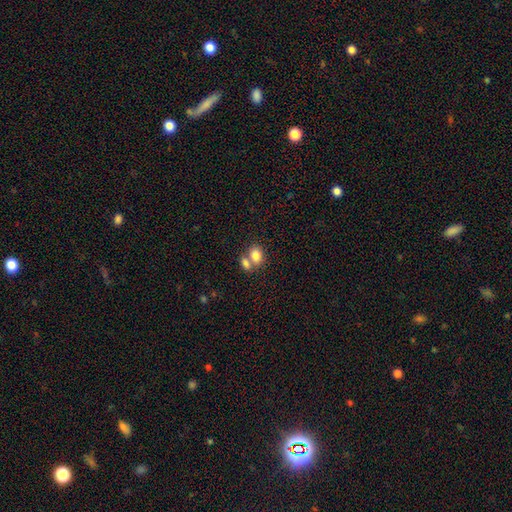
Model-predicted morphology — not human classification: smooth-or-featured: smooth: 81% | featured or disk: 10% | star or artifact: 9%
  how-rounded: in between: 73% | round: 26% | cigar-shaped: 1%
  merging: merger: 53% | none: 35% | minor disturbance: 8% | major disturbance: 3%